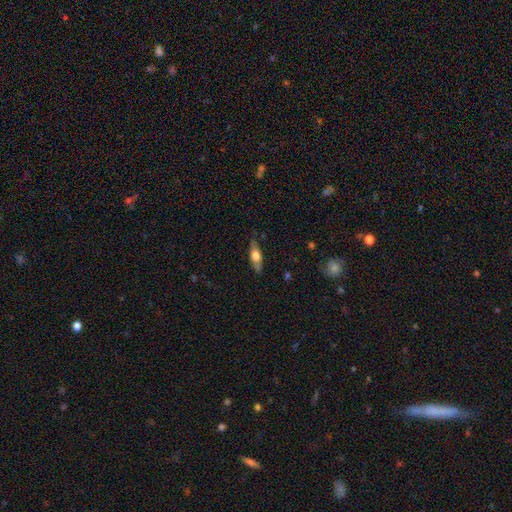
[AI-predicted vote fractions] Q: Smooth or featured?
A: smooth (51%); runner-up: featured or disk (43%)
Q: How rounded?
A: in between (50%); runner-up: cigar-shaped (47%)
Q: Merging?
A: none (83%); runner-up: minor disturbance (13%)